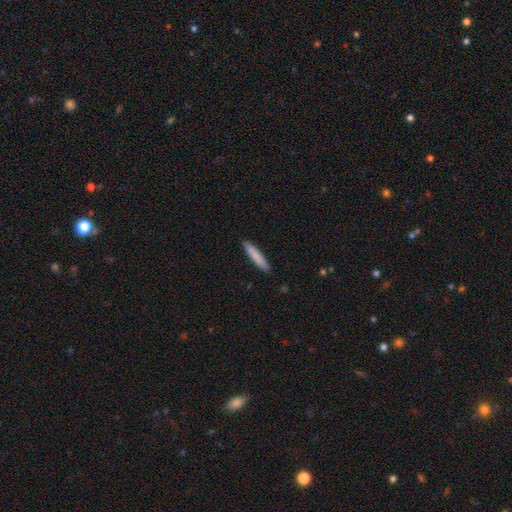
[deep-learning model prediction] The model was most divided on "smooth or featured": smooth: 83%, featured or disk: 11%, star or artifact: 6%. More confident: how rounded — cigar-shaped (91%); merging — none (89%).